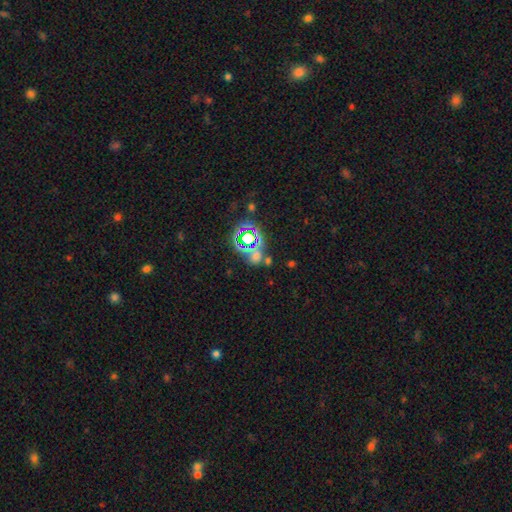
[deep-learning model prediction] Smooth or featured? Predicted: star or artifact (p=0.52).